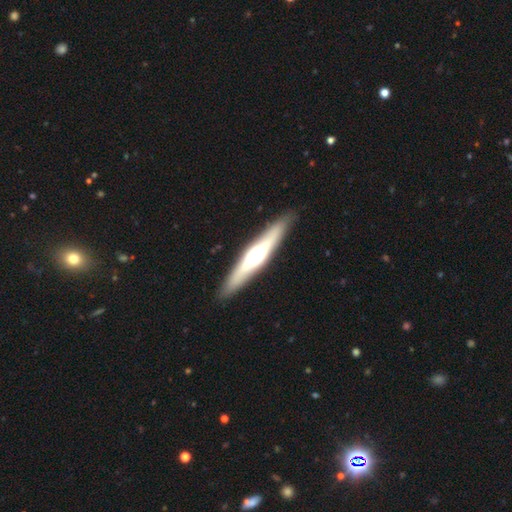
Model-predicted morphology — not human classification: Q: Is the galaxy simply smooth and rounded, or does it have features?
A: featured or disk — 59%.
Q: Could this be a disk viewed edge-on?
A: yes — 91%.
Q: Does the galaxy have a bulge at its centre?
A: rounded — 86%.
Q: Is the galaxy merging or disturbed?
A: none — 89%.